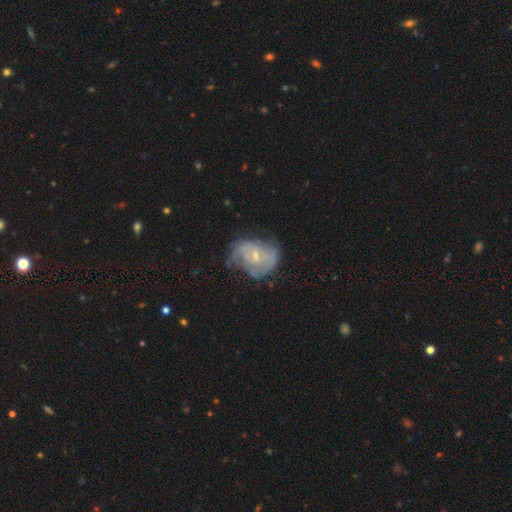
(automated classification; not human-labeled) Morphology: type=featured or disk (74%); edge-on=no (97%); bar=weak (46%, tied with no); spiral arms=yes (84%); winding=tight (45%); arm count=can't tell (40%); bulge=small (65%); merging=none (55%).